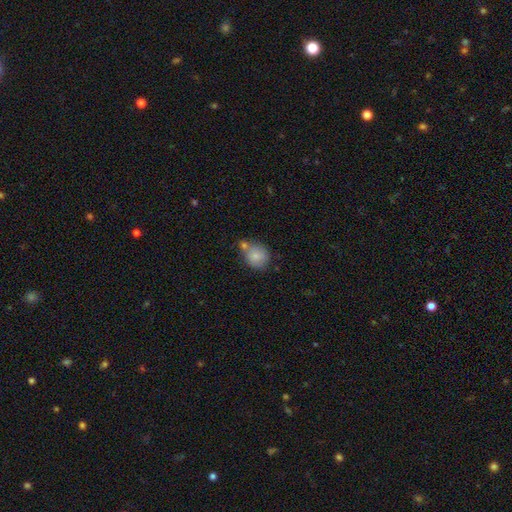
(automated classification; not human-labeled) The model was most divided on "merging": none: 52%, merger: 28%, minor disturbance: 15%, major disturbance: 4%. More confident: smooth or featured — smooth (82%); how rounded — round (78%).